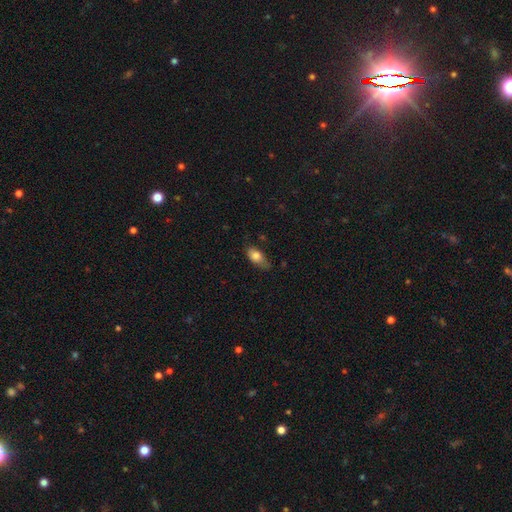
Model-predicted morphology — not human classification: Q: Smooth or featured?
A: smooth (80%); runner-up: featured or disk (12%)
Q: How rounded?
A: in between (86%); runner-up: cigar-shaped (8%)
Q: Merging?
A: none (58%); runner-up: minor disturbance (33%)